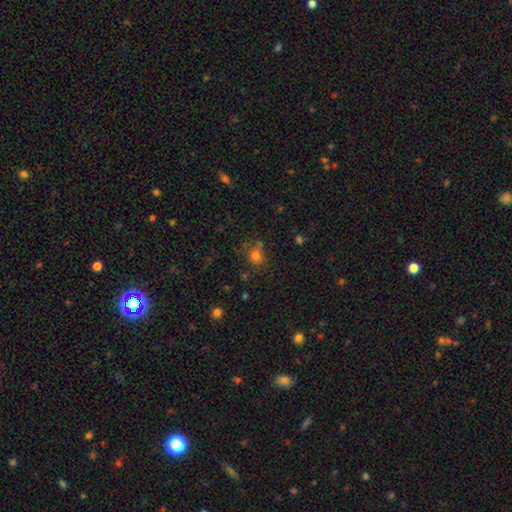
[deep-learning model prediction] smooth 73%, star or artifact 19%, featured or disk 8%. Down the decision tree: how rounded — round (79%); merging — none (66%).